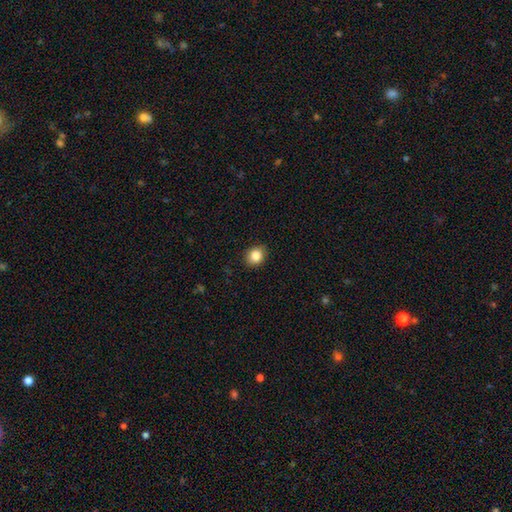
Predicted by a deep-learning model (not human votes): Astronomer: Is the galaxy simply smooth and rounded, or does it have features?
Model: smooth — 85%.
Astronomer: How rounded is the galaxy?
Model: round — 68%.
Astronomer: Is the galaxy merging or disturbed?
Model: none — 90%.